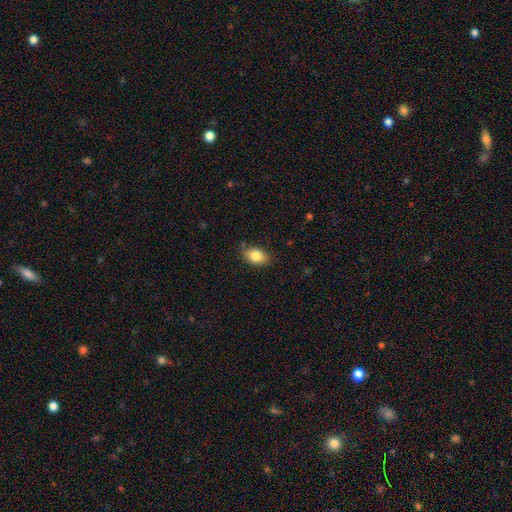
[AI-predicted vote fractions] A smooth galaxy with no disk features (84%) that is in between round and cigar-shaped (88%).

Vote fractions:
- Smooth or featured? smooth: 84% / featured or disk: 8% / star or artifact: 8%
- How rounded? in between: 88% / round: 10% / cigar-shaped: 2%
- Merging? none: 79% / minor disturbance: 16% / major disturbance: 3% / merger: 2%